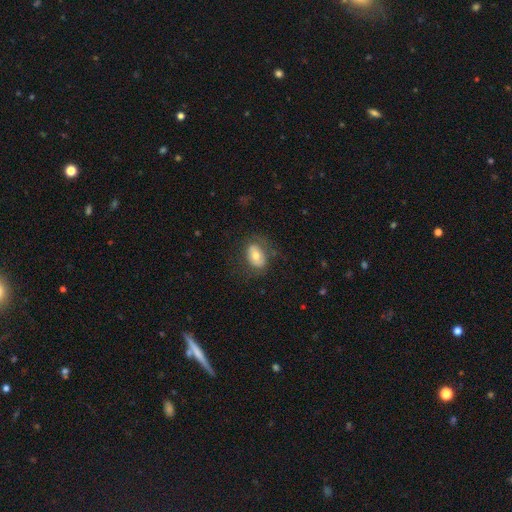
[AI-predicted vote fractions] This is possibly a smooth galaxy (57%). How rounded: likely in between (79%). Merging: likely none (69%).